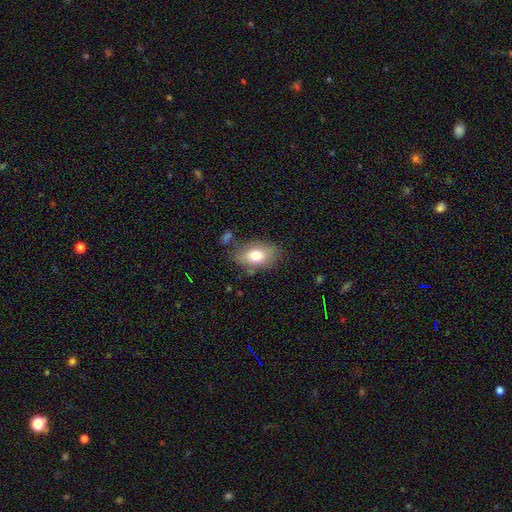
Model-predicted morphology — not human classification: Smooth or featured? Predicted: smooth (p=0.73). How rounded? Predicted: in between (p=0.87). Merging? Predicted: none (p=0.72).